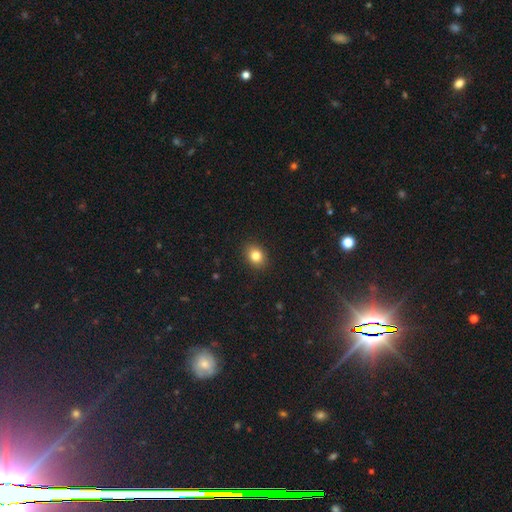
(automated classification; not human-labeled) A smooth galaxy with no disk features (82%) that is in between round and cigar-shaped (50%). Merging: none (90%).